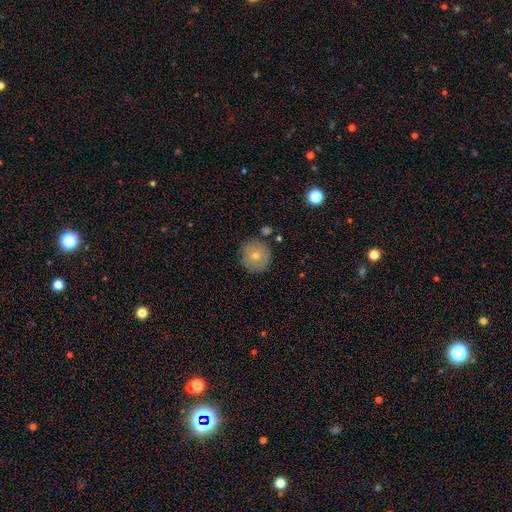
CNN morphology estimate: type=smooth (72%); roundness=round (95%); merging=none (84%).